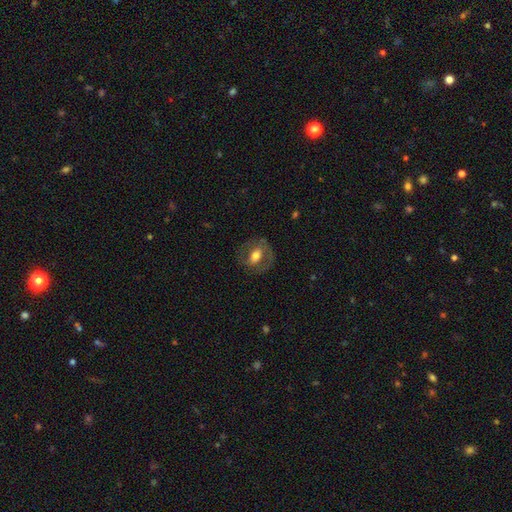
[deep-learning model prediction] The model was most divided on "smooth or featured": featured or disk: 49%, smooth: 44%, star or artifact: 7%. More confident: merging — none (73%).